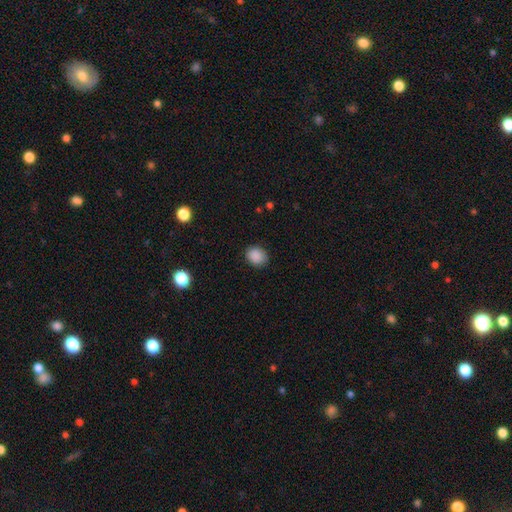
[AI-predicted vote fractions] smooth_or_featured: smooth (p=0.88) [alt: star or artifact p=0.09]
how_rounded: round (p=0.65) [alt: in between p=0.34]
merging: none (p=0.86) [alt: minor disturbance p=0.10]